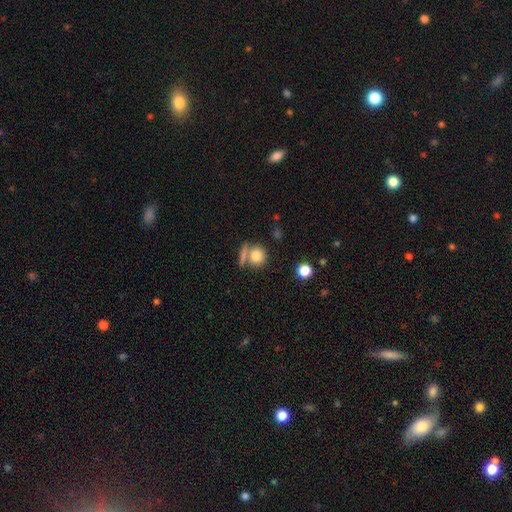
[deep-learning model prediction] Q: Smooth or featured?
A: smooth (81%); runner-up: star or artifact (10%)
Q: How rounded?
A: round (85%); runner-up: in between (12%)
Q: Merging?
A: none (59%); runner-up: merger (25%)